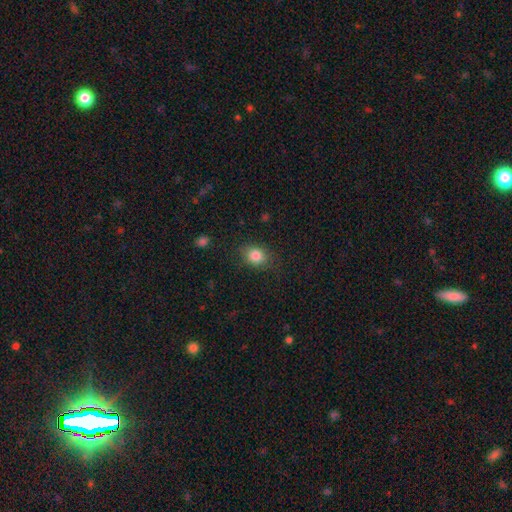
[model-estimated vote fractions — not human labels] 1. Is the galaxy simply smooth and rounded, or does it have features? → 83% smooth, 10% star or artifact, 7% featured or disk.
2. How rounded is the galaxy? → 60% in between, 39% round, 1% cigar-shaped.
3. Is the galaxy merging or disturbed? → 81% none, 14% minor disturbance, 4% major disturbance, 1% merger.